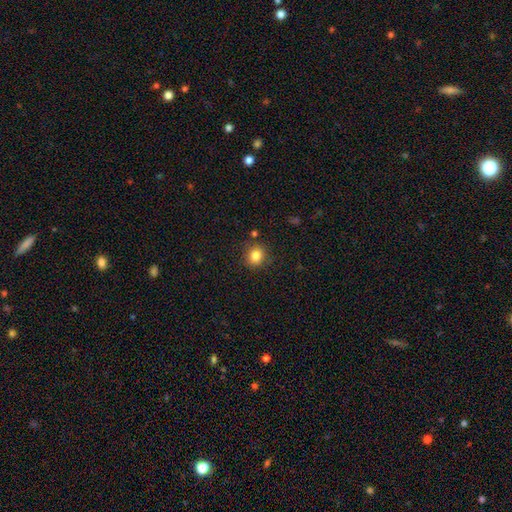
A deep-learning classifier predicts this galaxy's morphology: Overall: smooth (83%). How rounded: round (80%). Merging: none (84%).